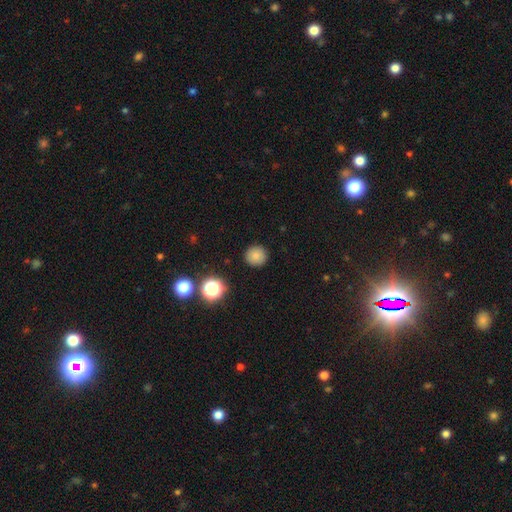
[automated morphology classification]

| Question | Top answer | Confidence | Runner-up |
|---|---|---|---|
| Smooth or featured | smooth | 82% | star or artifact (13%) |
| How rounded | round | 94% | in between (5%) |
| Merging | none | 91% | minor disturbance (6%) |